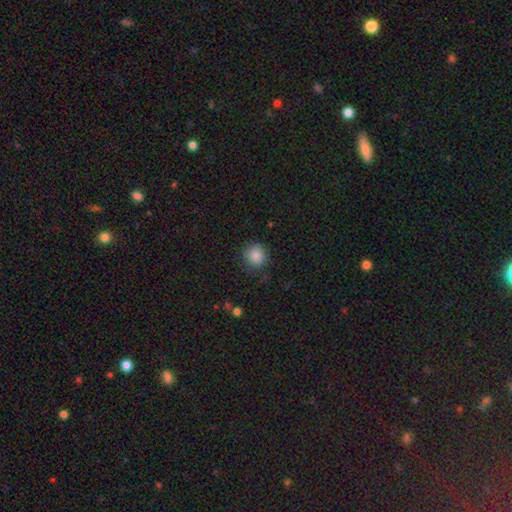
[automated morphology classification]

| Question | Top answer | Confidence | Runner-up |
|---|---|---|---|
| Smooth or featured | smooth | 85% | star or artifact (10%) |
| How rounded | round | 89% | in between (10%) |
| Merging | none | 82% | minor disturbance (13%) |